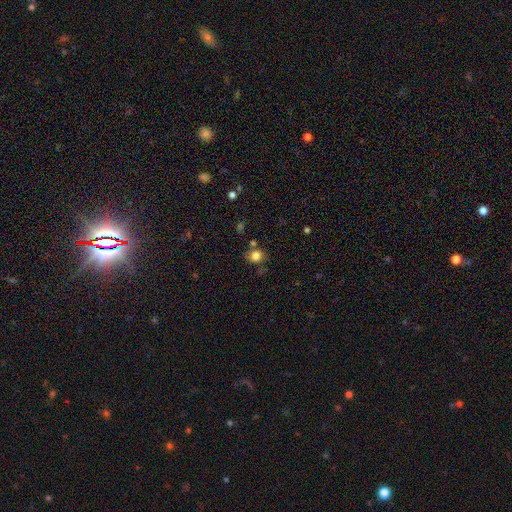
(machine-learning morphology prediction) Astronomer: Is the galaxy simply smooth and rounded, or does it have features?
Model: smooth — 82%.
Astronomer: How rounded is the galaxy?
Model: round — 74%.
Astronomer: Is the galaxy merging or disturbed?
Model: none — 72%.